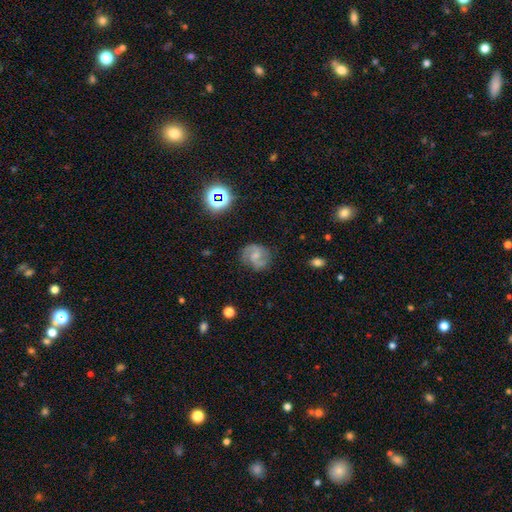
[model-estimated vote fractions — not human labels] featured or disk 69%, smooth 21%, star or artifact 10%. Down the decision tree: edge-on disk — no (98%); bar — weak (46%); spiral arms — yes (92%); spiral arm count — 2 (82%); spiral winding — medium (52%); bulge size — small (46%); merging — none (72%).